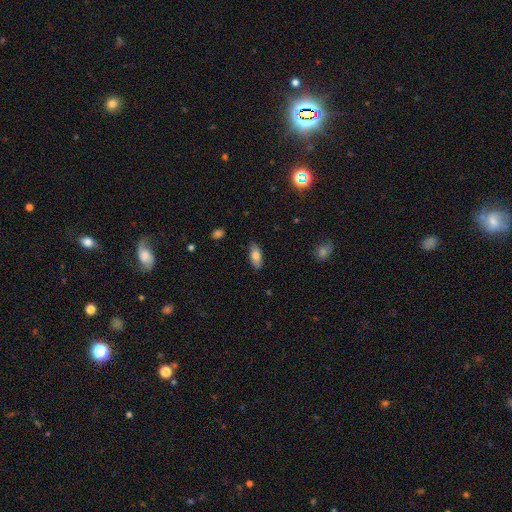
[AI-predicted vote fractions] A smooth galaxy with no disk features (79%) that is in between round and cigar-shaped (85%).

Vote fractions:
- Smooth or featured? smooth: 79% / featured or disk: 14% / star or artifact: 7%
- How rounded? in between: 85% / cigar-shaped: 13% / round: 3%
- Merging? none: 86% / minor disturbance: 10% / major disturbance: 2% / merger: 1%